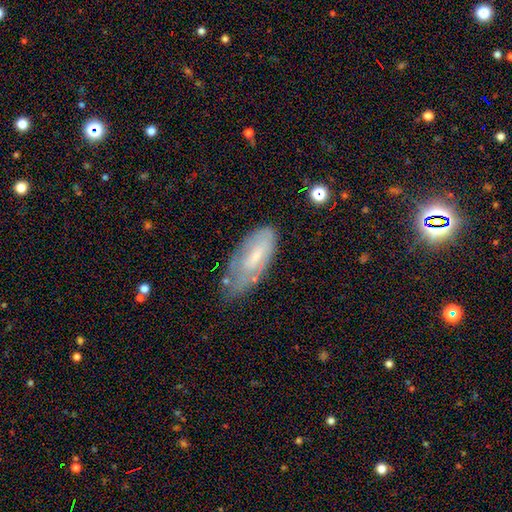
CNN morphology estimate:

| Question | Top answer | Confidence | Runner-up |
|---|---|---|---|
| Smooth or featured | smooth | 48% | featured or disk (45%) |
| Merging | none | 47% | minor disturbance (36%) |